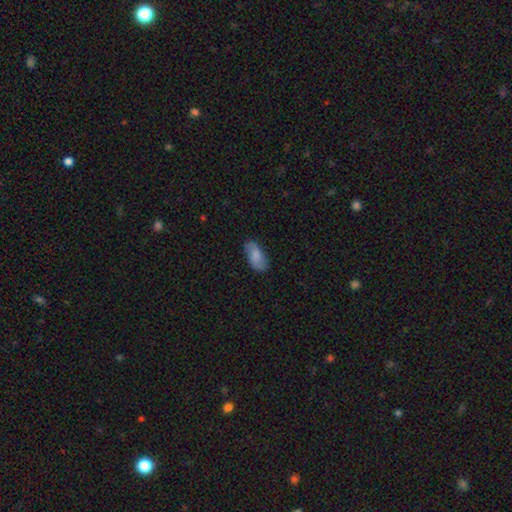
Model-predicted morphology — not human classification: type=smooth (79%); roundness=in between (91%); merging=none (74%).